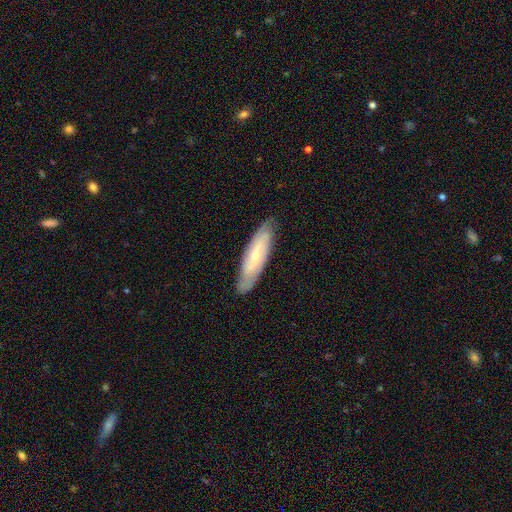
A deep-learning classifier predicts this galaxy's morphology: A featured or disk galaxy (61%).

Vote fractions:
- Smooth or featured? featured or disk: 61% / smooth: 33% / star or artifact: 6%
- Edge-on disk? no: 68% / yes: 32%
- Merging? none: 84% / minor disturbance: 12% / major disturbance: 2% / merger: 1%